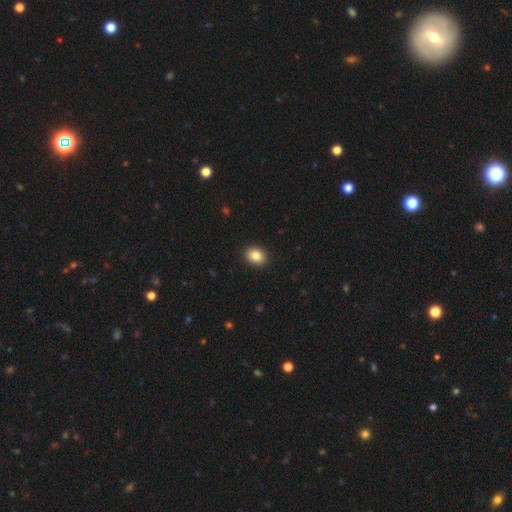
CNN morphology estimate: Overall: smooth (85%). How rounded: in between (66%; round 33%). Merging: none (91%).